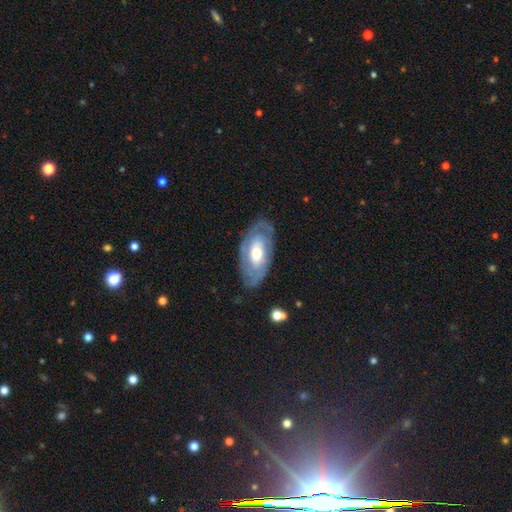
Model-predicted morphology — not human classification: Q: Smooth or featured?
A: featured or disk (67%); runner-up: smooth (28%)
Q: Edge-on disk?
A: no (90%); runner-up: yes (10%)
Q: Bar?
A: no (65%); runner-up: weak (26%)
Q: Spiral arms?
A: yes (66%); runner-up: no (34%)
Q: Bulge size?
A: moderate (67%); runner-up: large (16%)
Q: Merging?
A: none (76%); runner-up: minor disturbance (17%)